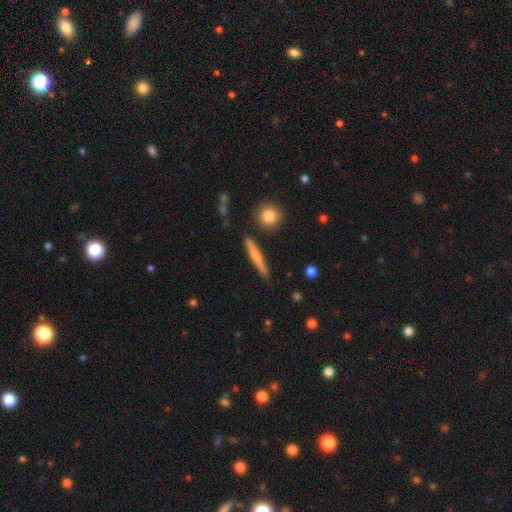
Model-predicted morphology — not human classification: Smooth or featured? Predicted: smooth (p=0.59). How rounded? Predicted: cigar-shaped (p=0.92). Merging? Predicted: none (p=0.86).